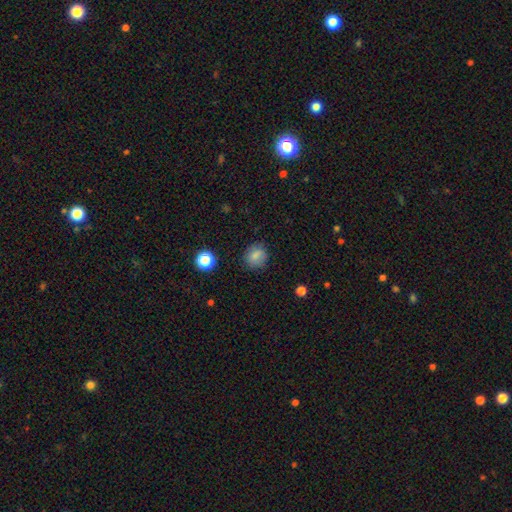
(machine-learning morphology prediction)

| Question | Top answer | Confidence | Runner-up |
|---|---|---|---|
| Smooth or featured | smooth | 80% | star or artifact (11%) |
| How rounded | round | 73% | in between (25%) |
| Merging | none | 81% | minor disturbance (14%) |